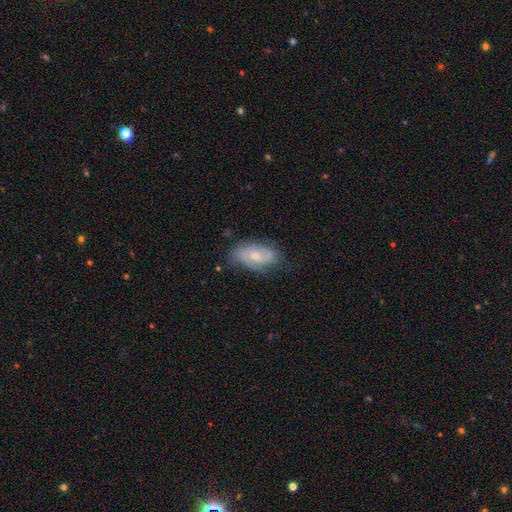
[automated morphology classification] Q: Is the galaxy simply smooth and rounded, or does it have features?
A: featured or disk — 63%.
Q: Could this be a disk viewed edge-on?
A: no — 94%.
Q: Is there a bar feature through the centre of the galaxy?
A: no — 63%.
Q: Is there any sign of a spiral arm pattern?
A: yes — 85%.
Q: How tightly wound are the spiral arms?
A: medium — 41%.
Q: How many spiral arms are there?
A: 2 — 55%.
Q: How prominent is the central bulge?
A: moderate — 48%.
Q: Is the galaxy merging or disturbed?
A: none — 65%.